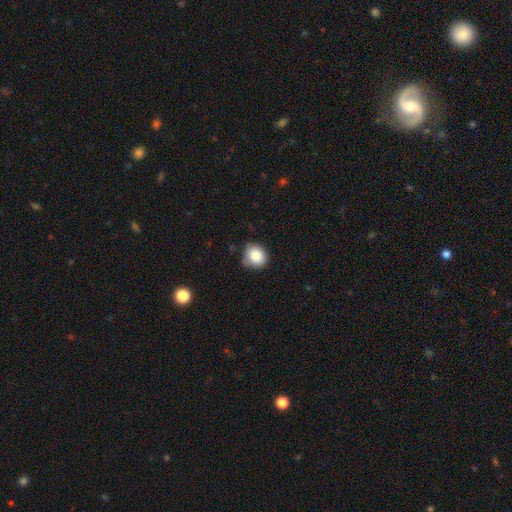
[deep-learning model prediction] Smooth or featured?
  - smooth: 83% *
  - star or artifact: 10%
  - featured or disk: 8%
How rounded?
  - round: 80% *
  - in between: 19%
  - cigar-shaped: 1%
Merging?
  - none: 73% *
  - minor disturbance: 21%
  - major disturbance: 4%
  - merger: 3%